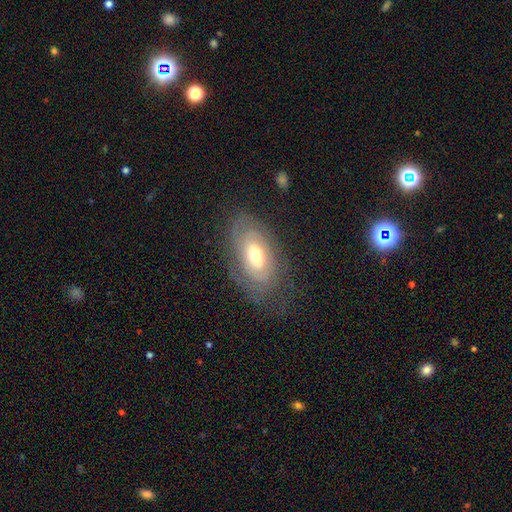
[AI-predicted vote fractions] smooth_or_featured: featured or disk (p=0.61) [alt: smooth p=0.32]
disk_edge_on: no (p=0.90) [alt: yes p=0.10]
bar: no (p=0.75) [alt: weak p=0.19]
has_spiral_arms: yes (p=0.60) [alt: no p=0.40]
bulge_size: moderate (p=0.68) [alt: small p=0.20]
merging: none (p=0.71) [alt: minor disturbance p=0.18]